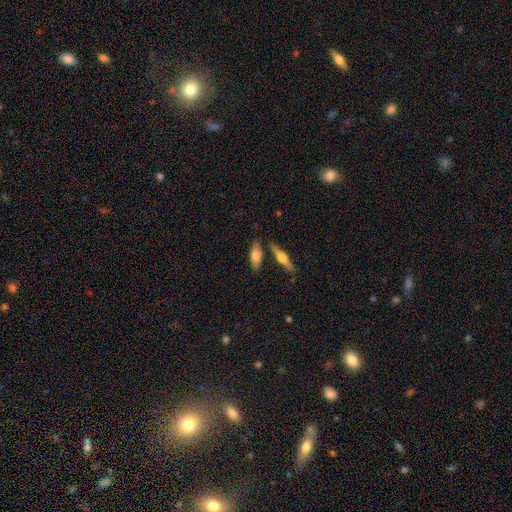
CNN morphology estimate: This appears to be a smooth galaxy with no disk features (64%) that is in between round and cigar-shaped (60%). Merging: none (74%).